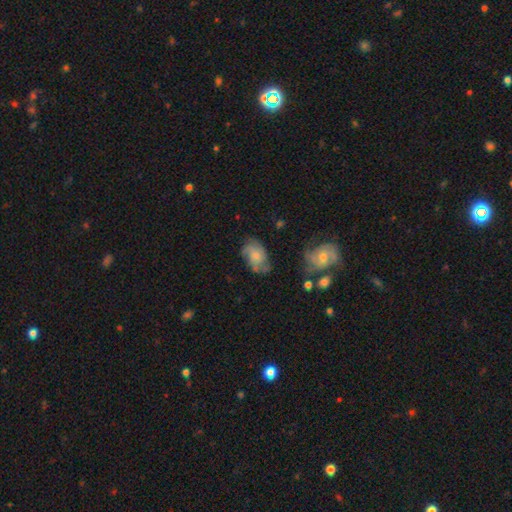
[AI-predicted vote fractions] A featured or disk galaxy (54%) with no bar (75%), spiral arms (85%) and a small central bulge (56%).

Vote fractions:
- Smooth or featured? featured or disk: 54% / smooth: 37% / star or artifact: 8%
- Edge-on disk? no: 96% / yes: 4%
- Bar? no: 75% / weak: 22% / strong: 3%
- Spiral arms? yes: 85% / no: 15%
- Bulge size? small: 56% / moderate: 31% / none: 8% / large: 3% / dominant: 1%
- Merging? none: 56% / minor disturbance: 27% / major disturbance: 14% / merger: 3%